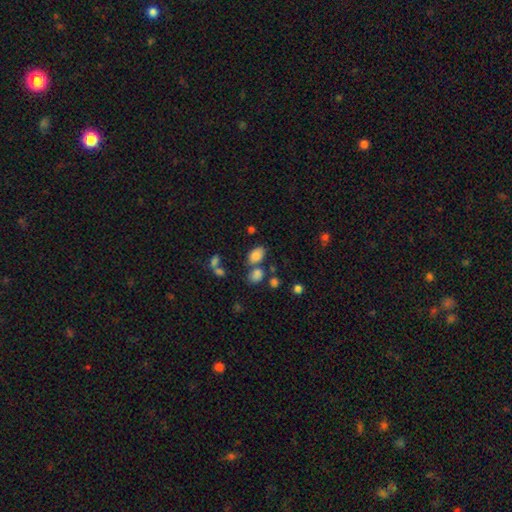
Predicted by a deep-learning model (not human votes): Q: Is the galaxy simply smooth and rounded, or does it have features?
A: smooth — 80%.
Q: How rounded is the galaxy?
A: in between — 85%.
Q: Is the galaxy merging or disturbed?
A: none — 59%.